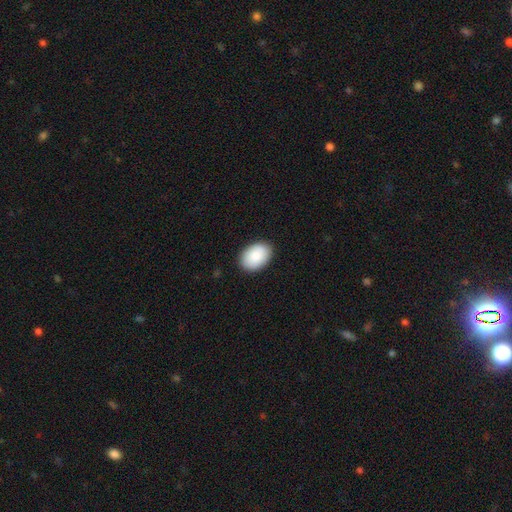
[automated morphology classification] This appears to be a smooth galaxy with no disk features (89%) that is in between round and cigar-shaped (83%). Merging: none (89%).